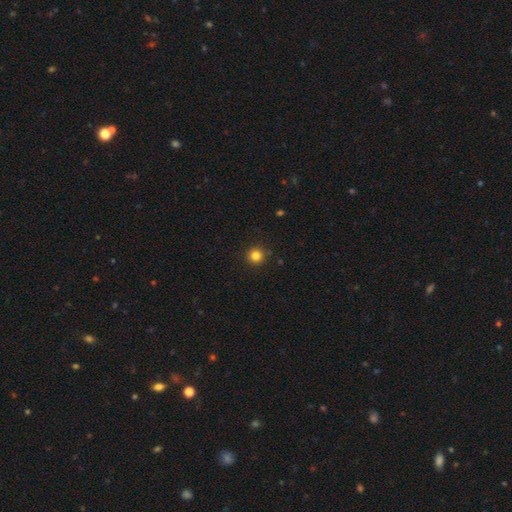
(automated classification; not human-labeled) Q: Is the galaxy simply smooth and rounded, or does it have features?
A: smooth — 83%.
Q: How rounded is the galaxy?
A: round — 95%.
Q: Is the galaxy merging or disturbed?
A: none — 91%.